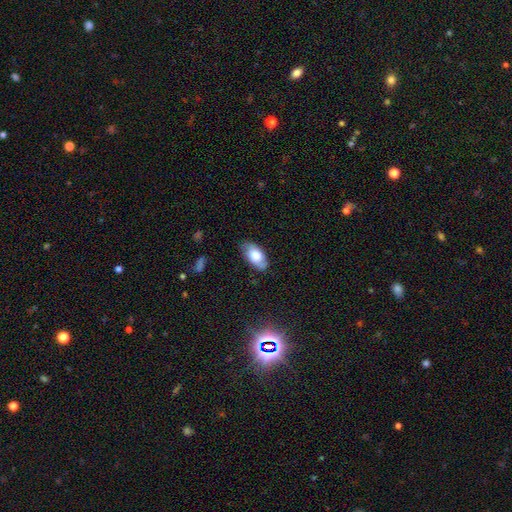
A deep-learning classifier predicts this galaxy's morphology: This is likely a smooth galaxy (64%). How rounded: clearly in between (93%). Merging: likely none (77%).